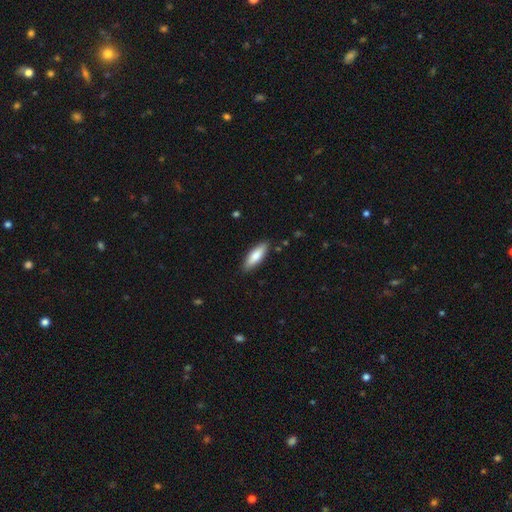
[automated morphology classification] Smooth or featured? Predicted: smooth (p=0.76). How rounded? Predicted: in between (p=0.56). Merging? Predicted: none (p=0.88).